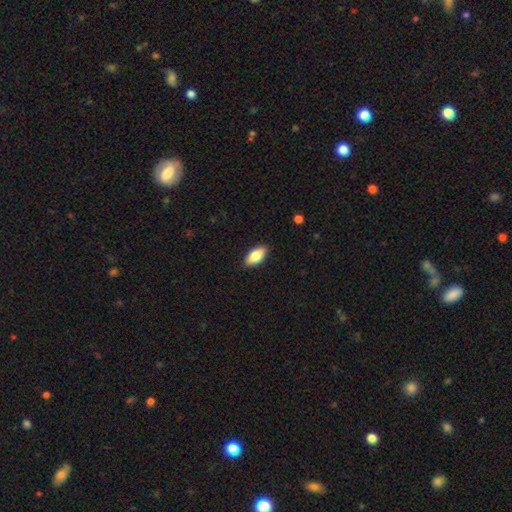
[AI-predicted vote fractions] Smooth or featured? smooth (80%)
How rounded? in between (88%)
Merging? none (88%)